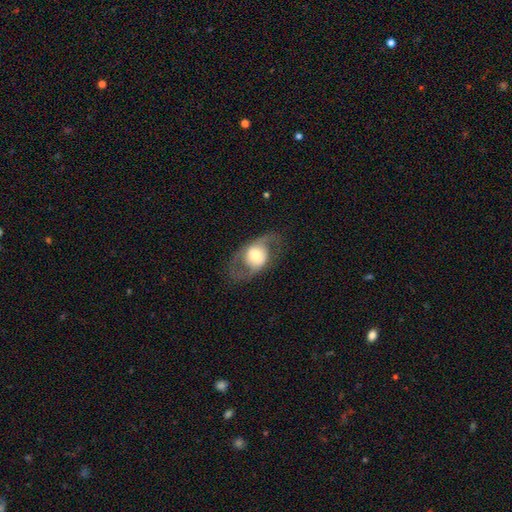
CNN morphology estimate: Smooth or featured? featured or disk (62%)
Edge-on disk? no (90%)
Bar? no (71%)
Spiral arms? yes (51%)
Bulge size? moderate (52%)
Merging? none (68%)